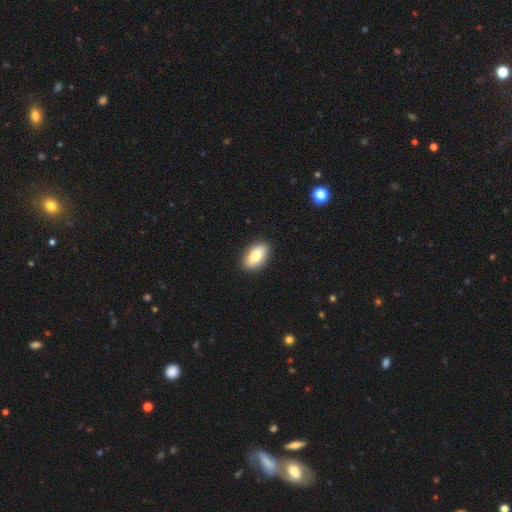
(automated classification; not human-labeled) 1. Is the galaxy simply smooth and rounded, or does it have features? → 82% smooth, 12% featured or disk, 7% star or artifact.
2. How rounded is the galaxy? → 91% in between, 6% round, 3% cigar-shaped.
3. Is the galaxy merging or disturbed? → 90% none, 7% minor disturbance, 2% major disturbance, 1% merger.